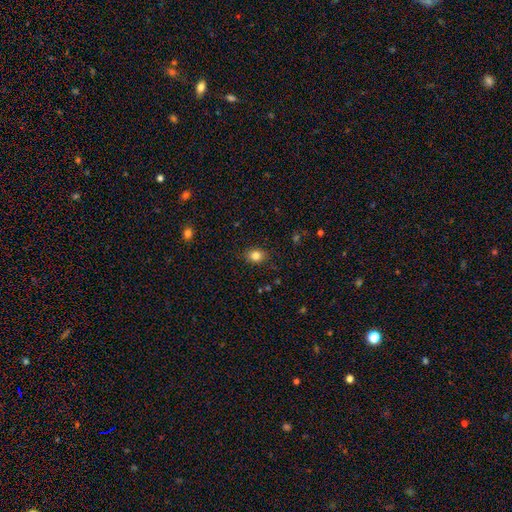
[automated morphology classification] A smooth galaxy with no disk features (84%) that is round (50%).

Vote fractions:
- Smooth or featured? smooth: 84% / star or artifact: 10% / featured or disk: 6%
- How rounded? round: 50% / in between: 49% / cigar-shaped: 1%
- Merging? none: 86% / minor disturbance: 10% / major disturbance: 3% / merger: 1%